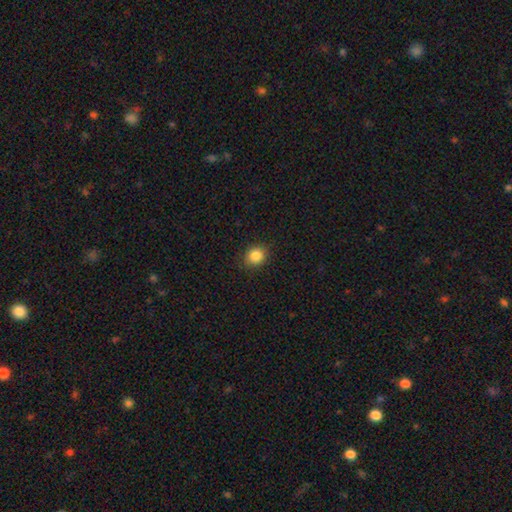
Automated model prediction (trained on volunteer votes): This appears to be a smooth galaxy with no disk features (85%) that is round (70%). Merging: none (89%).